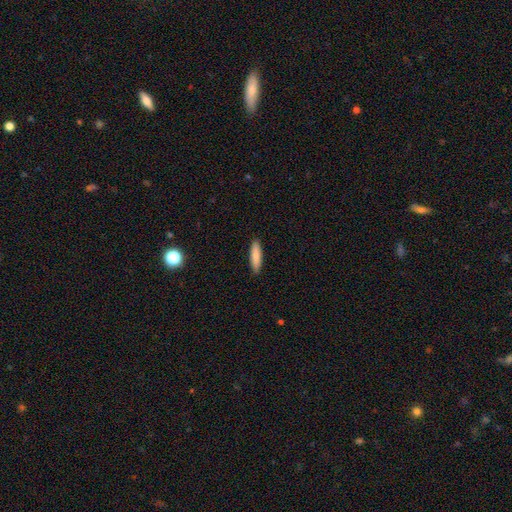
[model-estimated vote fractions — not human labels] Smooth or featured: smooth — 86% (featured or disk — 8%)
How rounded: cigar-shaped — 76% (in between — 23%)
Merging: none — 90% (minor disturbance — 7%)